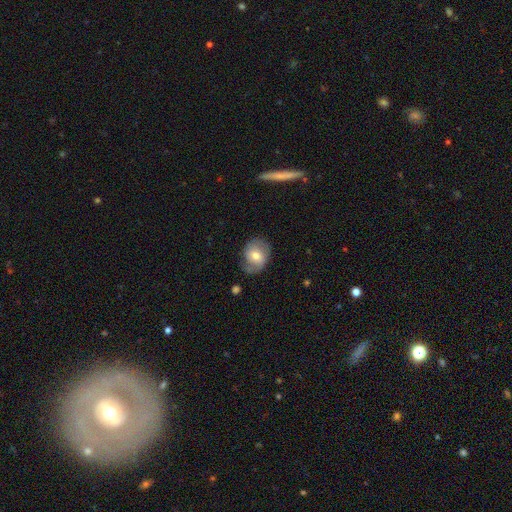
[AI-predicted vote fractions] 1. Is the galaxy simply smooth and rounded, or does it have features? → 48% smooth, 45% featured or disk, 7% star or artifact.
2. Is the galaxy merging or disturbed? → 64% none, 23% minor disturbance, 11% major disturbance, 2% merger.